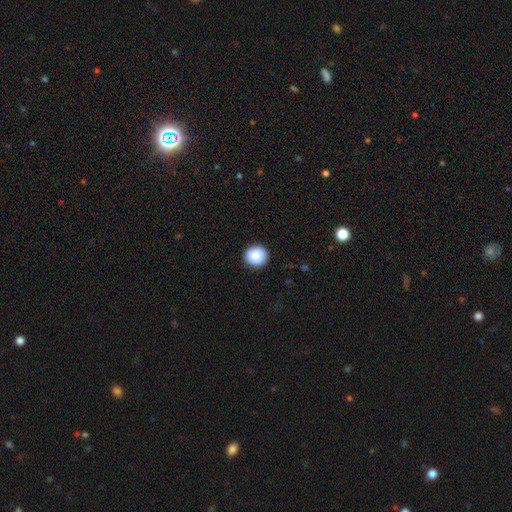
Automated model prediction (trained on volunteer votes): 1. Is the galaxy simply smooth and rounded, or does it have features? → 89% smooth, 7% star or artifact, 4% featured or disk.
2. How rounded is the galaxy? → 87% round, 12% in between, 1% cigar-shaped.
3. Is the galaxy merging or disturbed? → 90% none, 7% minor disturbance, 2% major disturbance, 1% merger.